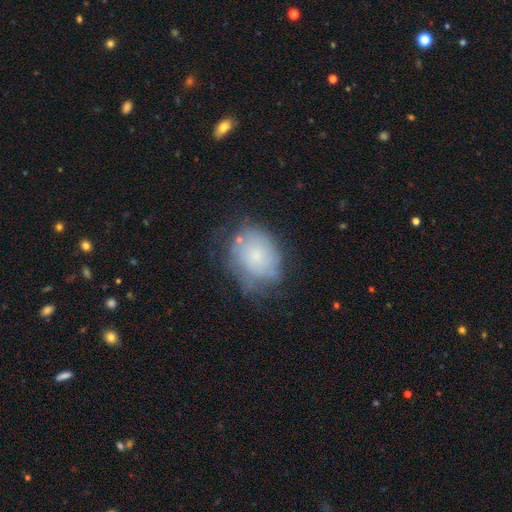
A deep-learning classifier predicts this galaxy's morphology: smooth 57%, featured or disk 33%, star or artifact 11%. Down the decision tree: how rounded — in between (58%); merging — none (54%).